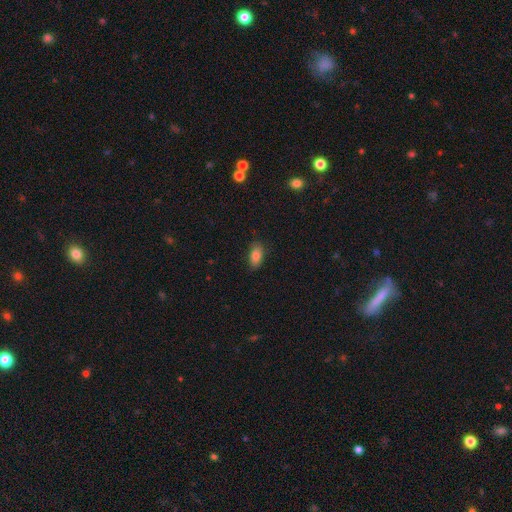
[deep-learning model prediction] This appears to be a smooth galaxy with no disk features (84%) that is in between round and cigar-shaped (90%). Merging: none (82%).